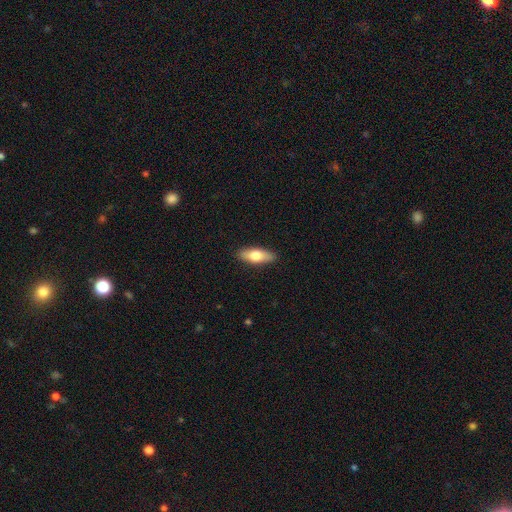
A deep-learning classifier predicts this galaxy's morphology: The model was most divided on "how rounded": in between: 69%, cigar-shaped: 28%, round: 3%. More confident: merging — none (89%); smooth or featured — smooth (68%).